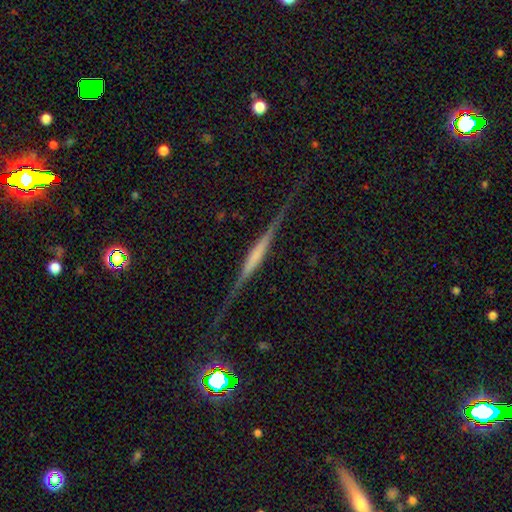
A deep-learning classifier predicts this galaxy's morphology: The model was most divided on "edge-on bulge": none: 40%, boxy: 33%, rounded: 27%. More confident: edge-on disk — yes (97%); merging — none (80%); smooth or featured — featured or disk (77%).